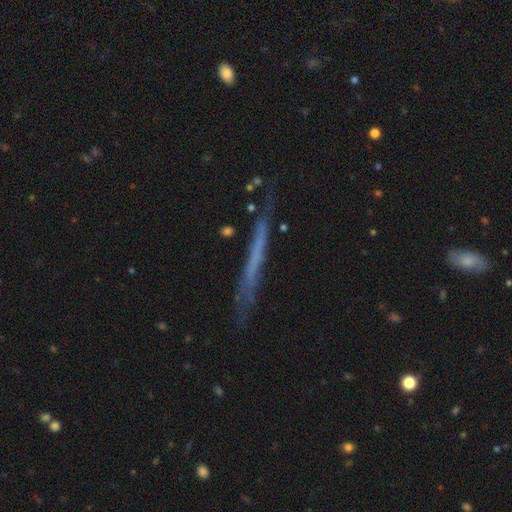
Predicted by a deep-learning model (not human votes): Q: Smooth or featured?
A: featured or disk (50%); runner-up: smooth (41%)
Q: Edge-on disk?
A: yes (89%); runner-up: no (11%)
Q: Merging?
A: none (74%); runner-up: minor disturbance (18%)